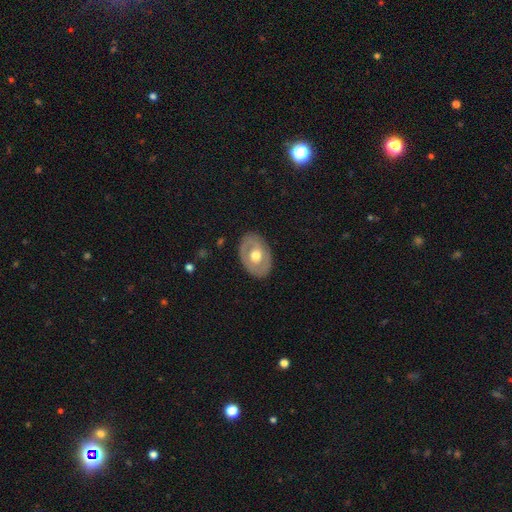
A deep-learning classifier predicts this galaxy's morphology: Smooth or featured? Predicted: featured or disk (p=0.52). Edge-on disk? Predicted: no (p=0.90). Merging? Predicted: none (p=0.84).